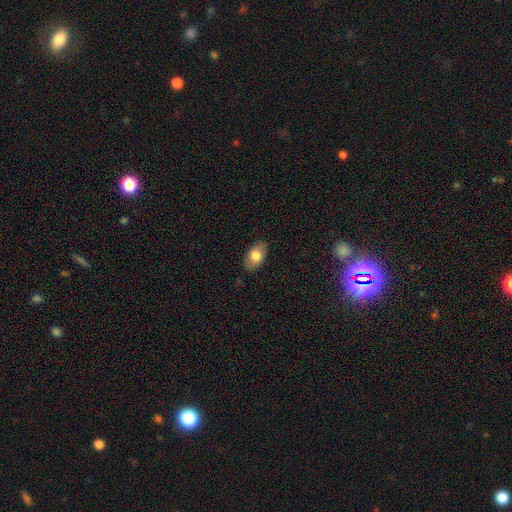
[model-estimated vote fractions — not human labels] A smooth galaxy with no disk features (76%) that is in between round and cigar-shaped (92%).

Vote fractions:
- Smooth or featured? smooth: 76% / featured or disk: 17% / star or artifact: 7%
- How rounded? in between: 92% / round: 7% / cigar-shaped: 2%
- Merging? none: 85% / minor disturbance: 12% / major disturbance: 3% / merger: 1%